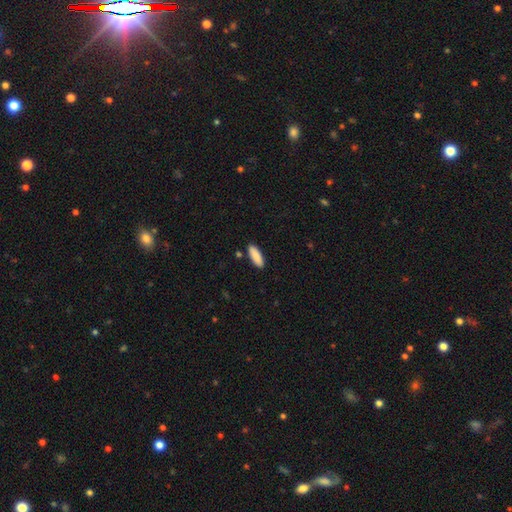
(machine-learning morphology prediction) A smooth galaxy with no disk features (90%) that is in between round and cigar-shaped (61%).

Vote fractions:
- Smooth or featured? smooth: 90% / star or artifact: 6% / featured or disk: 5%
- How rounded? in between: 61% / cigar-shaped: 38% / round: 2%
- Merging? none: 87% / minor disturbance: 8% / merger: 2% / major disturbance: 2%